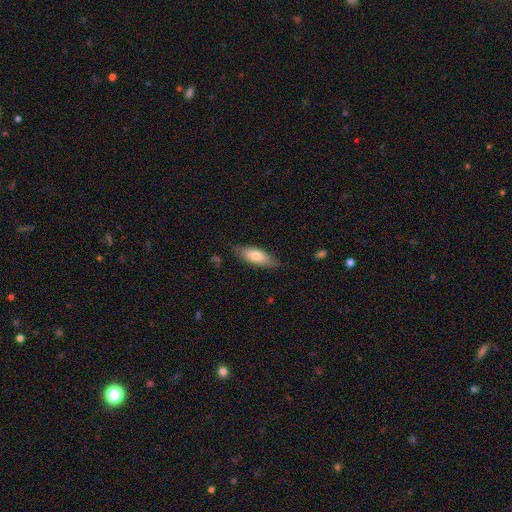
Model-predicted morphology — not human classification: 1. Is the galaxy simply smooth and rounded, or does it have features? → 73% smooth, 21% featured or disk, 6% star or artifact.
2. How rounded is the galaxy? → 67% in between, 31% cigar-shaped, 2% round.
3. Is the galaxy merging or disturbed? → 77% none, 18% minor disturbance, 4% major disturbance, 1% merger.